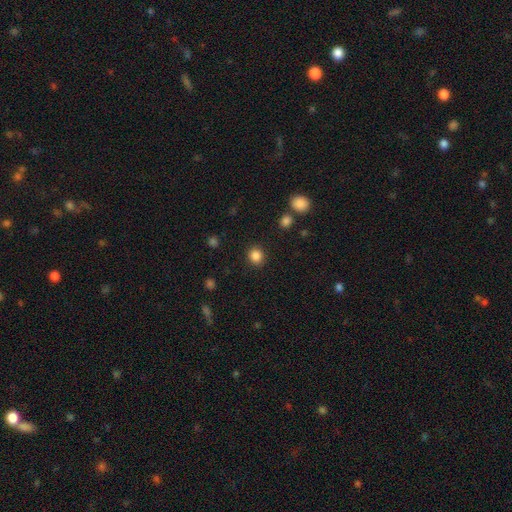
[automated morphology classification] Smooth or featured? smooth (85%)
How rounded? round (83%)
Merging? none (90%)